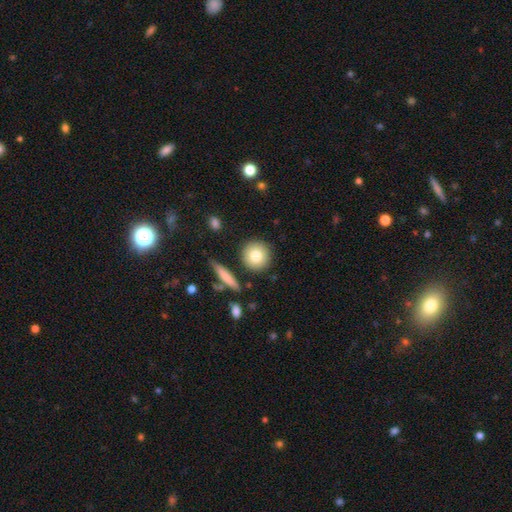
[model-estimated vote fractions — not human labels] smooth_or_featured: smooth (p=0.80) [alt: featured or disk p=0.13]
how_rounded: round (p=0.91) [alt: in between p=0.08]
merging: none (p=0.86) [alt: minor disturbance p=0.07]